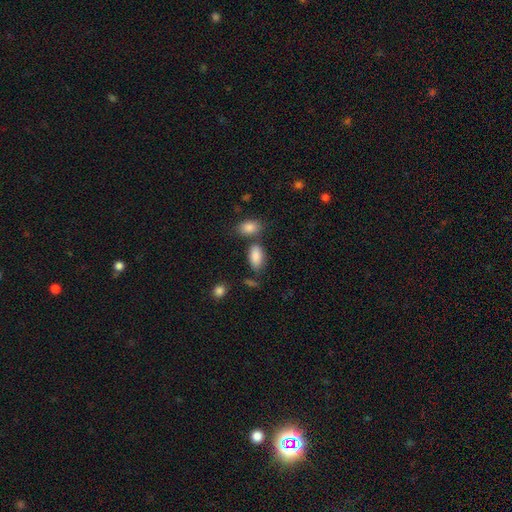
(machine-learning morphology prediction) The model was most divided on "merging": none: 64%, merger: 16%, minor disturbance: 15%, major disturbance: 5%. More confident: how rounded — in between (93%); smooth or featured — smooth (86%).